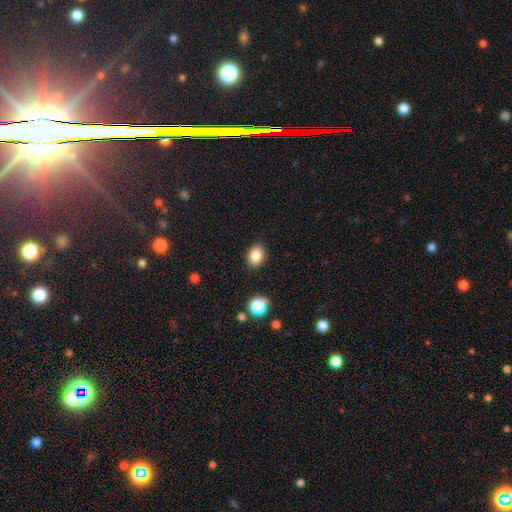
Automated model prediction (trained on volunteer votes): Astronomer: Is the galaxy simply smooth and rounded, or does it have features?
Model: smooth — 86%.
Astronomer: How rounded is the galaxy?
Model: in between — 73%.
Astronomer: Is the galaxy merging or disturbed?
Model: none — 87%.